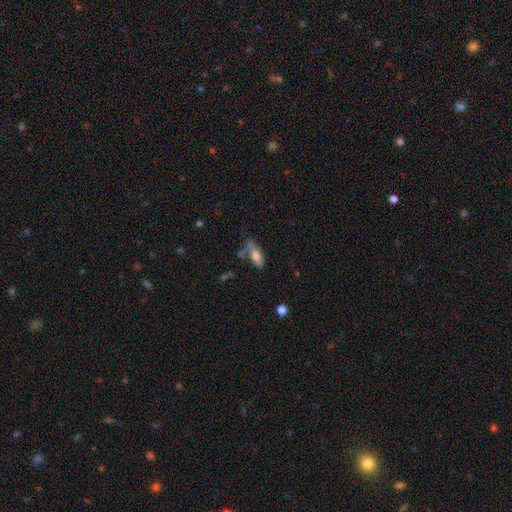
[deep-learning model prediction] A smooth galaxy with no disk features (69%) that is in between round and cigar-shaped (78%).

Vote fractions:
- Smooth or featured? smooth: 69% / featured or disk: 23% / star or artifact: 8%
- How rounded? in between: 78% / cigar-shaped: 19% / round: 3%
- Merging? none: 42% / minor disturbance: 26% / merger: 19% / major disturbance: 13%